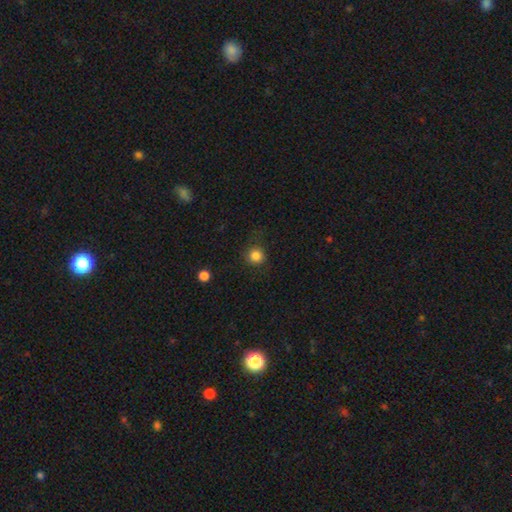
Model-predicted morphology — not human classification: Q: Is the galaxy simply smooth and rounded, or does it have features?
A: smooth — 84%.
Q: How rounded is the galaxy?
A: round — 93%.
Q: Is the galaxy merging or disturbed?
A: none — 85%.